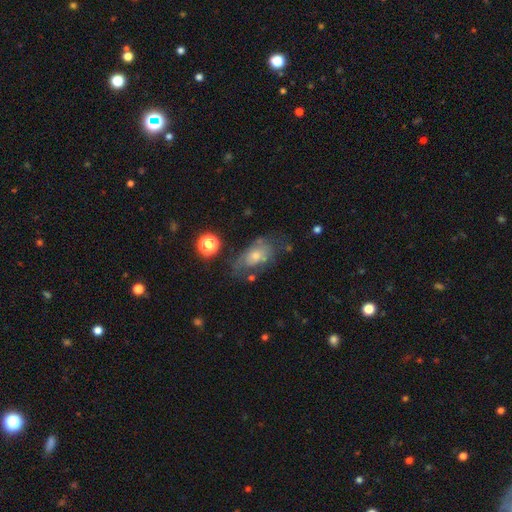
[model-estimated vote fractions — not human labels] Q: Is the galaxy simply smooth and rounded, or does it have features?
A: smooth — 45%.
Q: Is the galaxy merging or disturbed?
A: none — 49%.